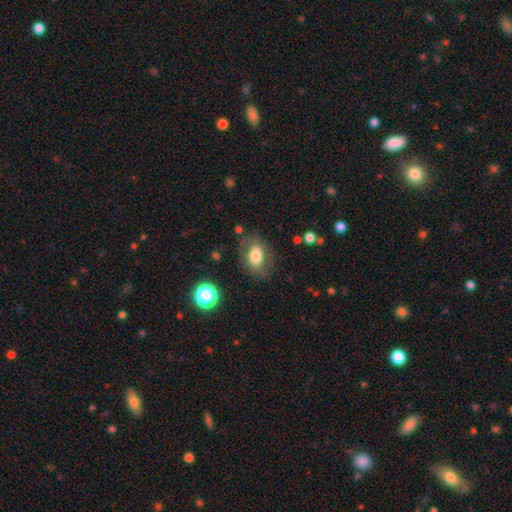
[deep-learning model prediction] This appears to be a smooth galaxy with no disk features (68%) that is in between round and cigar-shaped (79%). Merging: none (71%).